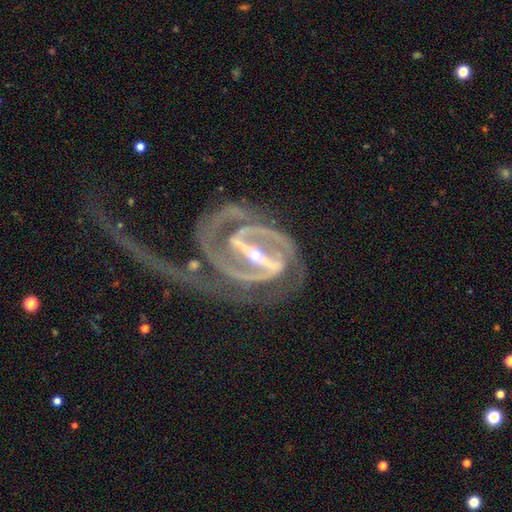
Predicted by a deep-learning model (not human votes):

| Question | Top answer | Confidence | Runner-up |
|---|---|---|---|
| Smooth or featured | featured or disk | 93% | star or artifact (4%) |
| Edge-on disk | no | 96% | yes (4%) |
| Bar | strong | 85% | weak (11%) |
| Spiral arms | yes | 97% | no (3%) |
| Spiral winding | medium | 46% | tight (43%) |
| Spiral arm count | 2 | 84% | 3 (5%) |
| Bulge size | small | 55% | moderate (42%) |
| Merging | none | 44% | major disturbance (29%) |